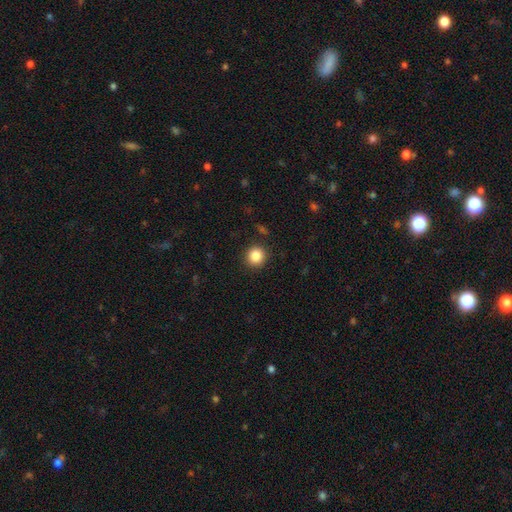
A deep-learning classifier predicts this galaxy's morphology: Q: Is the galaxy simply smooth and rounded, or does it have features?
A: smooth — 86%.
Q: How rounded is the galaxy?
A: round — 93%.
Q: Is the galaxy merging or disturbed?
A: none — 91%.